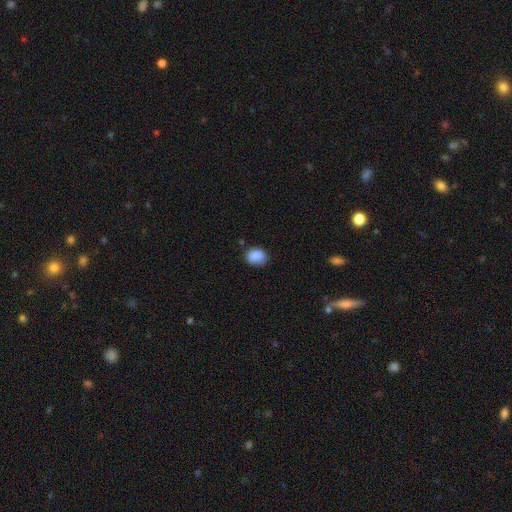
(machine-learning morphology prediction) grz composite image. It shows a smooth galaxy with no disk features (87%) that is in between round and cigar-shaped (53%). Merging: none (75%).